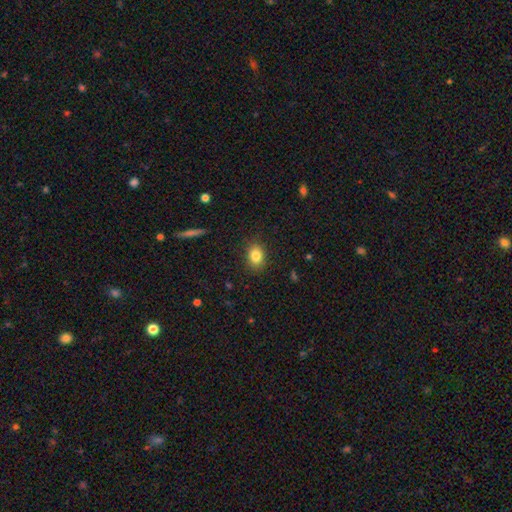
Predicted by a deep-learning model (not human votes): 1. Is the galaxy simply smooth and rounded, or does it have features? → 84% smooth, 10% star or artifact, 6% featured or disk.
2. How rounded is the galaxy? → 65% in between, 34% round, 1% cigar-shaped.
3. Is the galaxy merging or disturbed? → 86% none, 10% minor disturbance, 3% major disturbance, 1% merger.